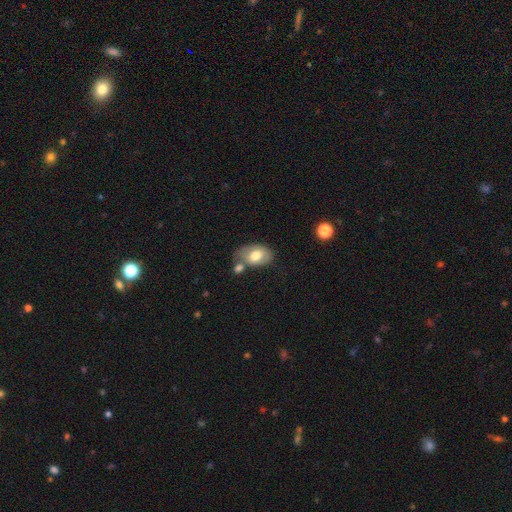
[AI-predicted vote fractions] smooth_or_featured: smooth (p=0.70) [alt: featured or disk p=0.23]
how_rounded: in between (p=0.87) [alt: round p=0.11]
merging: none (p=0.47) [alt: merger p=0.25]